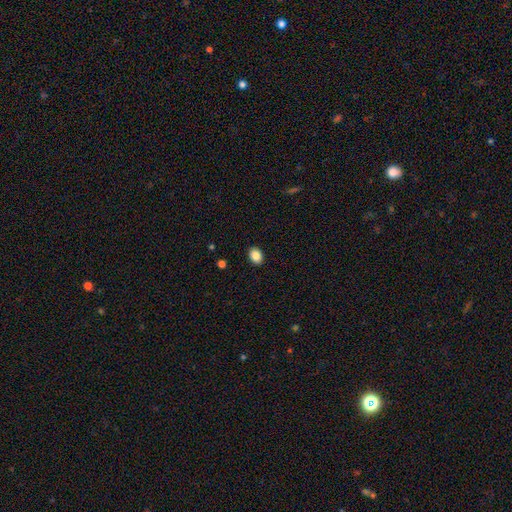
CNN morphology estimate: This appears to be a smooth galaxy with no disk features (87%) that is in between round and cigar-shaped (71%). Merging: none (91%).